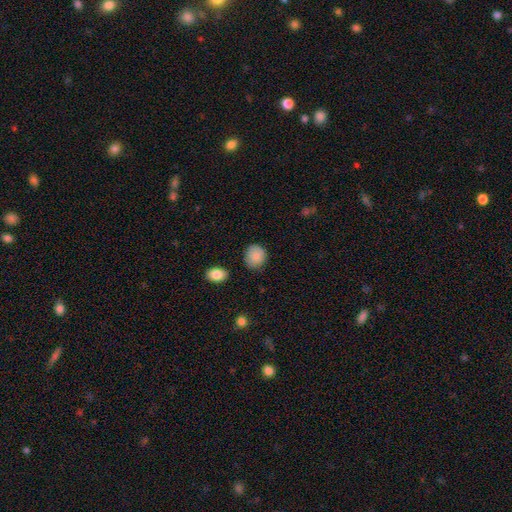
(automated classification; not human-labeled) smooth-or-featured: smooth: 86% | star or artifact: 7% | featured or disk: 7%
  how-rounded: round: 73% | in between: 26% | cigar-shaped: 1%
  merging: none: 79% | minor disturbance: 16% | major disturbance: 3% | merger: 2%